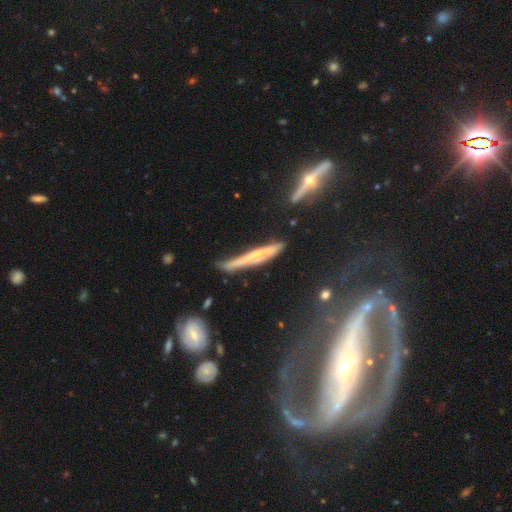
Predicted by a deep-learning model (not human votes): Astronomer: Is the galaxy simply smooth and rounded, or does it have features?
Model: featured or disk — 61%.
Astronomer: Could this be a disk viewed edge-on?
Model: yes — 90%.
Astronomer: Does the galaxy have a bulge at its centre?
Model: rounded — 50% (runner-up: none, 38%).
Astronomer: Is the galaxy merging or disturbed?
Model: none — 63%.